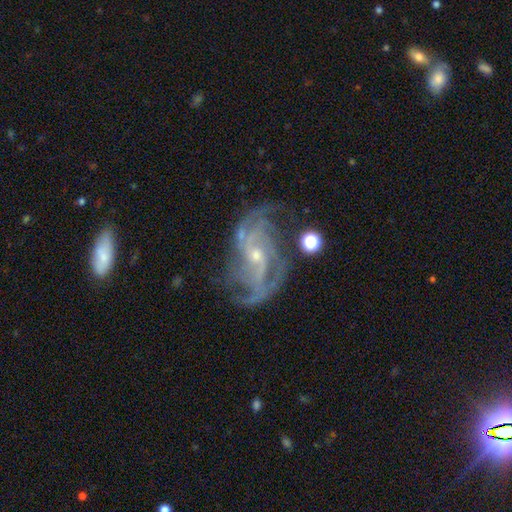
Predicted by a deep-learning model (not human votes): Smooth or featured?
  - featured or disk: 89% *
  - star or artifact: 7%
  - smooth: 4%
Edge-on disk?
  - no: 97% *
  - yes: 3%
Bar?
  - no: 45% *
  - weak: 39%
  - strong: 16%
Spiral arms?
  - yes: 96% *
  - no: 4%
Spiral winding?
  - medium: 47% *
  - tight: 32%
  - loose: 22%
Spiral arm count?
  - 2: 27% *
  - 3: 24%
  - can't tell: 20%
  - 4: 15%
  - more than 4: 8%
  - 1: 7%
Bulge size?
  - small: 70% *
  - moderate: 26%
  - none: 2%
  - large: 1%
  - dominant: 1%
Merging?
  - none: 59% *
  - minor disturbance: 20%
  - major disturbance: 17%
  - merger: 4%